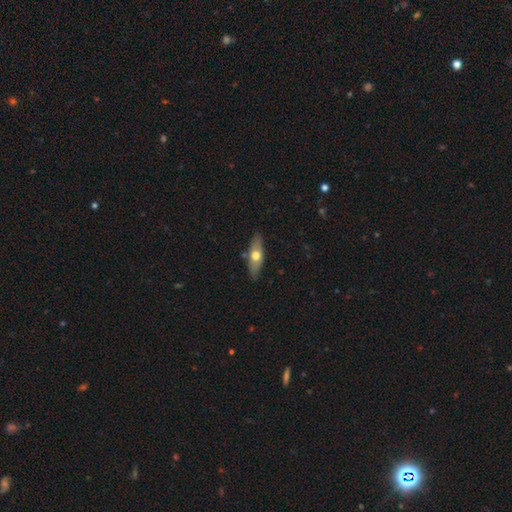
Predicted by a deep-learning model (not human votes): smooth-or-featured: smooth: 49% | featured or disk: 45% | star or artifact: 6%
  merging: none: 84% | minor disturbance: 11% | merger: 2% | major disturbance: 2%